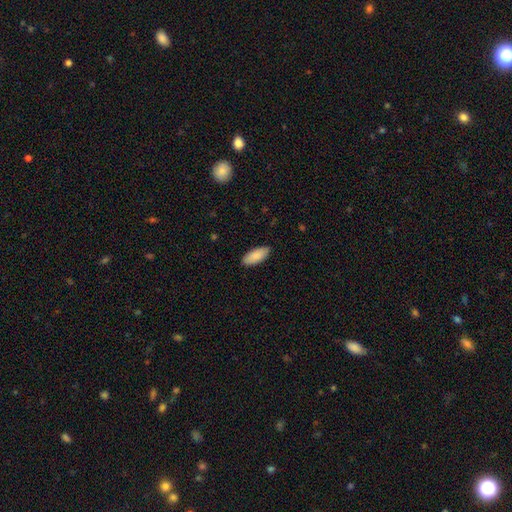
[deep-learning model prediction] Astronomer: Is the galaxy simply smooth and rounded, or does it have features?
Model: smooth — 90%.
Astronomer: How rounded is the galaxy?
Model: in between — 87%.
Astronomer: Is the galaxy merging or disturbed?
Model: none — 89%.